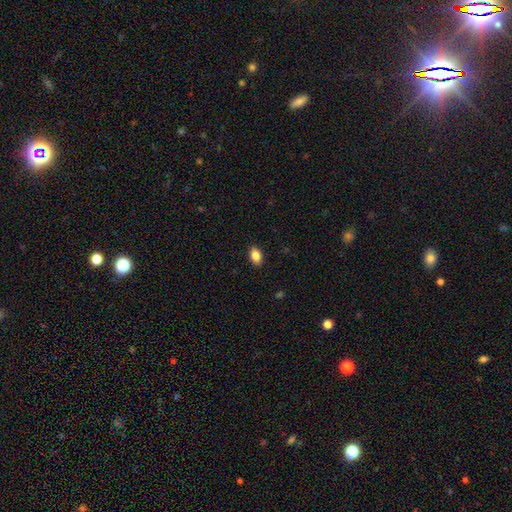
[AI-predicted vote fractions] Smooth or featured?
  - smooth: 86% *
  - star or artifact: 8%
  - featured or disk: 6%
How rounded?
  - in between: 87% *
  - round: 12%
  - cigar-shaped: 2%
Merging?
  - none: 89% *
  - minor disturbance: 8%
  - major disturbance: 2%
  - merger: 1%